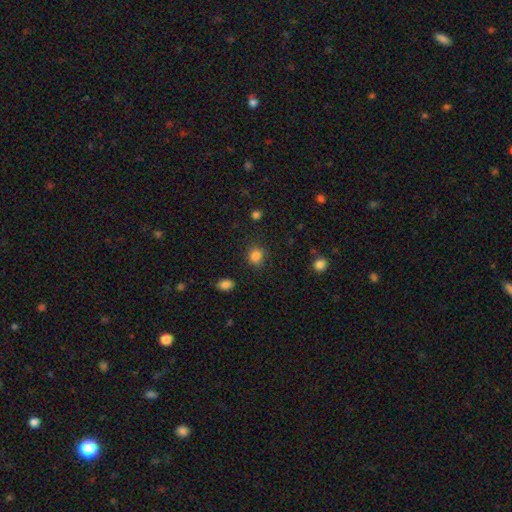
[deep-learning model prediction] This appears to be a smooth galaxy with no disk features (84%) that is round (78%). Merging: none (84%).